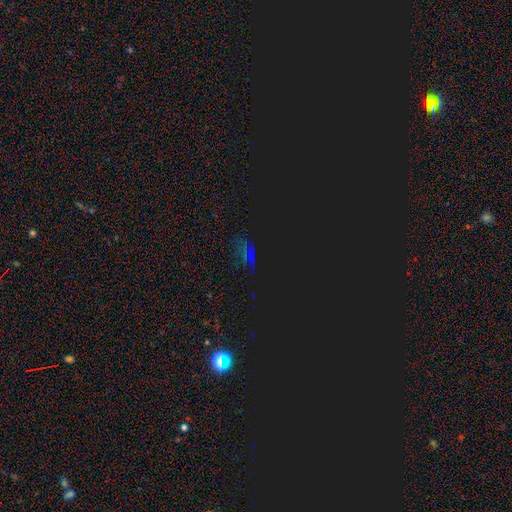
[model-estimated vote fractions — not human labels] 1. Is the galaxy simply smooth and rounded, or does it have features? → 80% star or artifact, 13% smooth, 7% featured or disk.